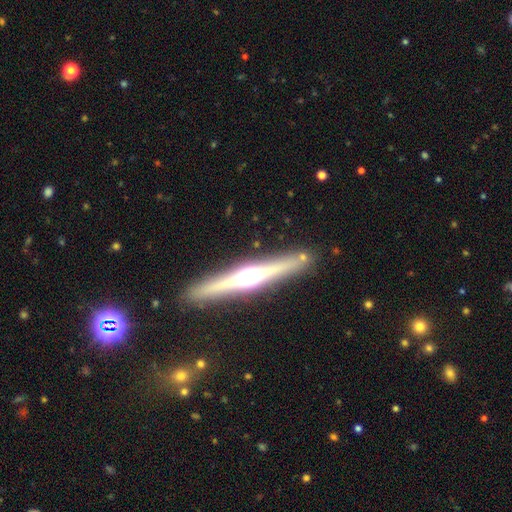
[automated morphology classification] Smooth or featured? featured or disk (77%)
Edge-on disk? yes (97%)
Edge-on bulge? rounded (85%)
Merging? none (88%)